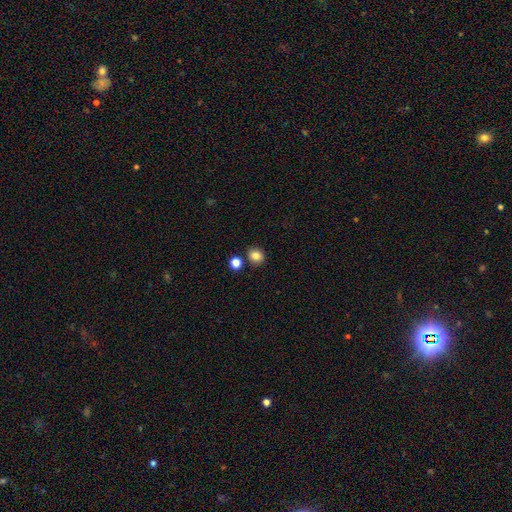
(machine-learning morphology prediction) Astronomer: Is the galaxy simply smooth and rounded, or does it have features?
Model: smooth — 84%.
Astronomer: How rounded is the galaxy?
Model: round — 81%.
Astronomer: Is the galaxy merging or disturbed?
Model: none — 82%.